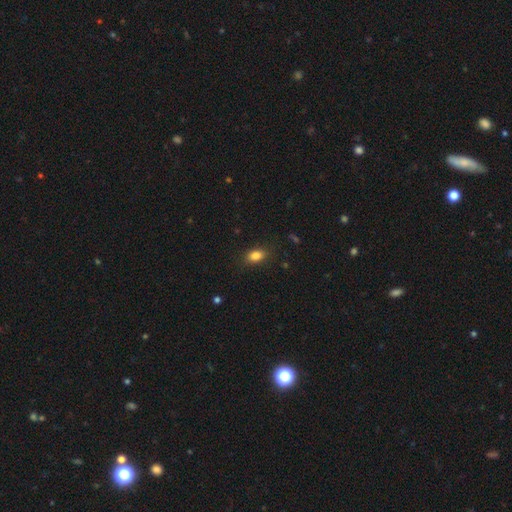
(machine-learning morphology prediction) type=smooth (85%); roundness=in between (83%); merging=none (85%).